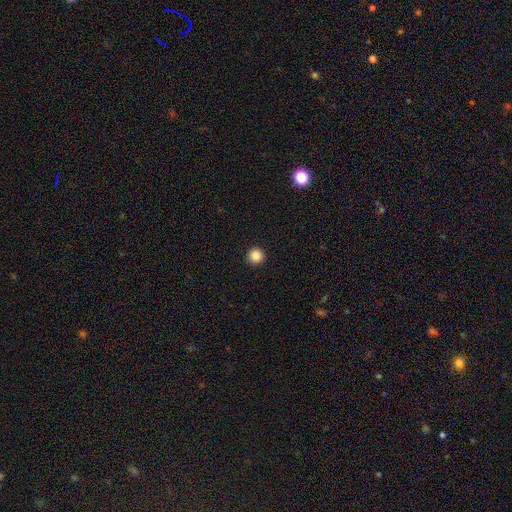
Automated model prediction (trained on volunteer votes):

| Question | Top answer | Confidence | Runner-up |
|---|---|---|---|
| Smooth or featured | smooth | 86% | star or artifact (10%) |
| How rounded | round | 97% | in between (3%) |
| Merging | none | 94% | minor disturbance (4%) |